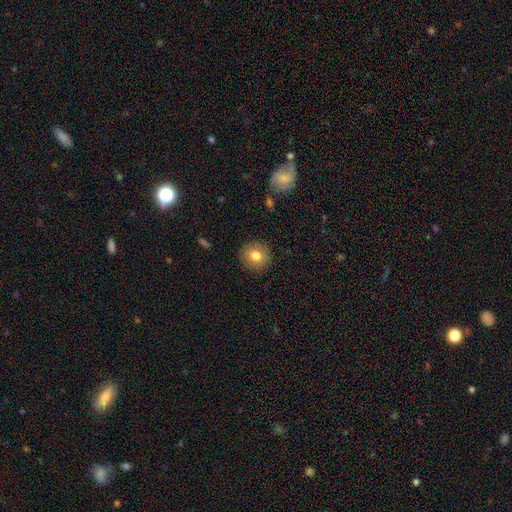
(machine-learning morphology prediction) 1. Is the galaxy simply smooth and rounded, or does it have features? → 79% smooth, 11% featured or disk, 9% star or artifact.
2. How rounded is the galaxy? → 89% round, 10% in between, 1% cigar-shaped.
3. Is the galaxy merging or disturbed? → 89% none, 7% minor disturbance, 2% major disturbance, 1% merger.